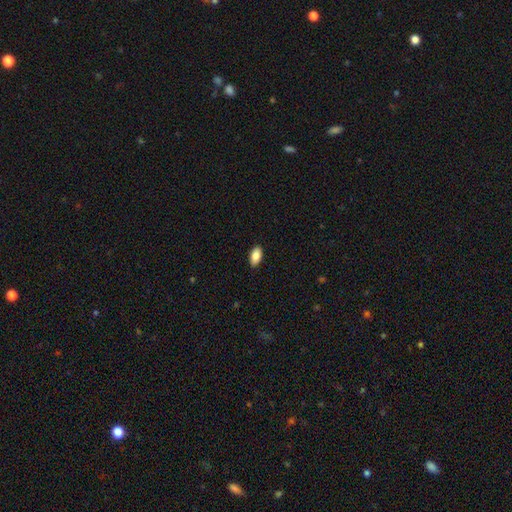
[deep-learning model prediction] Q: Smooth or featured?
A: smooth (87%); runner-up: star or artifact (7%)
Q: How rounded?
A: in between (93%); runner-up: cigar-shaped (4%)
Q: Merging?
A: none (87%); runner-up: minor disturbance (10%)